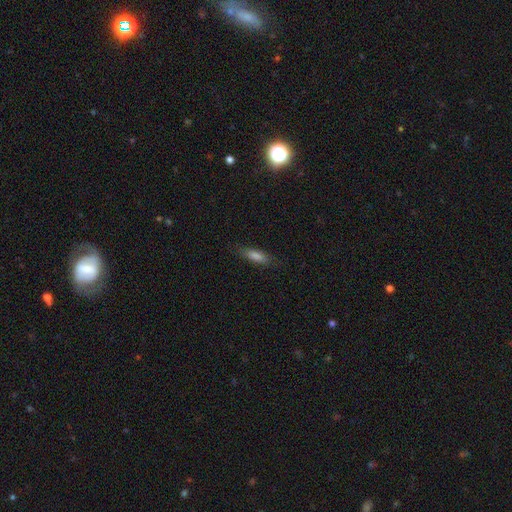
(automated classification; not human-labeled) smooth-or-featured: smooth: 76% | featured or disk: 15% | star or artifact: 9%
  how-rounded: cigar-shaped: 53% | in between: 44% | round: 2%
  merging: none: 82% | minor disturbance: 13% | major disturbance: 4% | merger: 1%